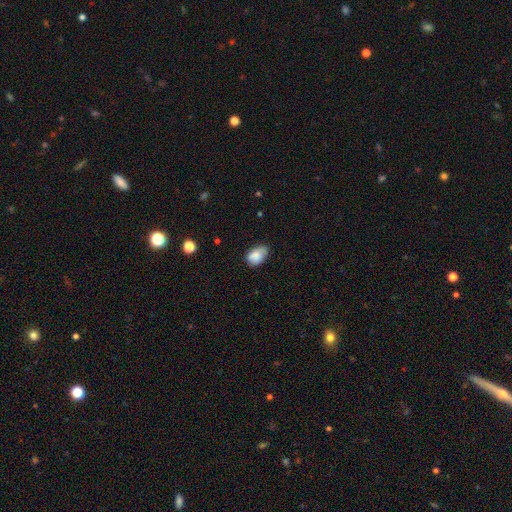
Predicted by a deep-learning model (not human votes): The model was most divided on "merging": none: 52%, minor disturbance: 39%, major disturbance: 7%, merger: 2%. More confident: how rounded — in between (86%); smooth or featured — smooth (81%).